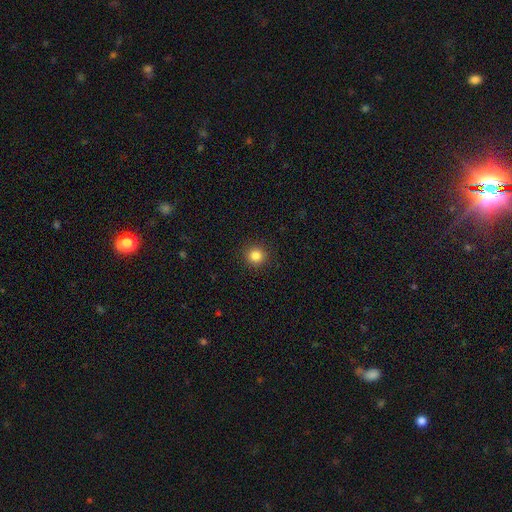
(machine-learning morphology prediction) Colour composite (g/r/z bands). It shows a smooth galaxy with no disk features (84%) that is round (94%). Merging: none (92%).